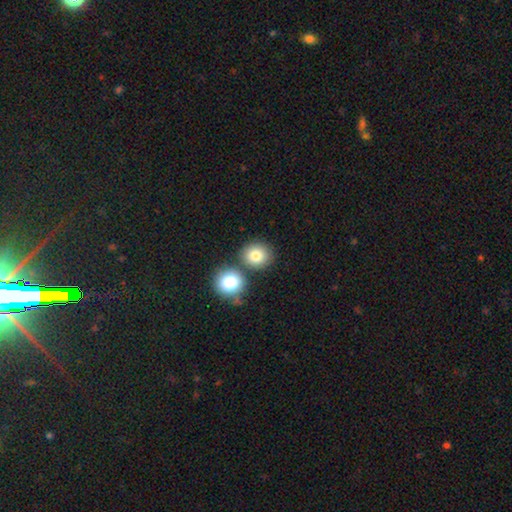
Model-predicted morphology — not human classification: smooth-or-featured: smooth: 82% | star or artifact: 9% | featured or disk: 9%
  how-rounded: round: 83% | in between: 16% | cigar-shaped: 1%
  merging: none: 64% | merger: 25% | minor disturbance: 8% | major disturbance: 3%